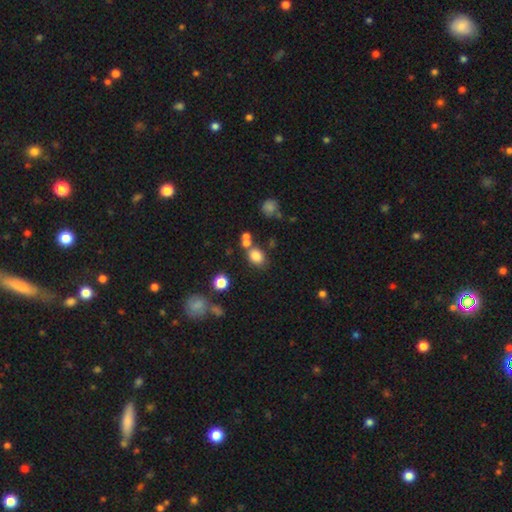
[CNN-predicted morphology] type=smooth (80%); roundness=round (50%); merging=none (62%).